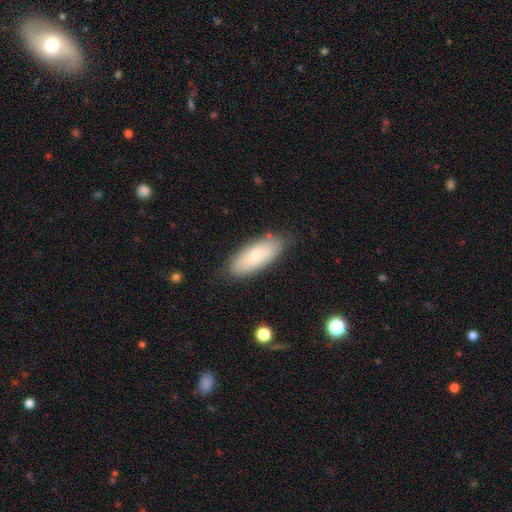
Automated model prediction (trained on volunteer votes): A smooth galaxy with no disk features (75%) that is in between round and cigar-shaped (79%).

Vote fractions:
- Smooth or featured? smooth: 75% / featured or disk: 19% / star or artifact: 6%
- How rounded? in between: 79% / cigar-shaped: 19% / round: 2%
- Merging? none: 81% / minor disturbance: 14% / major disturbance: 3% / merger: 1%